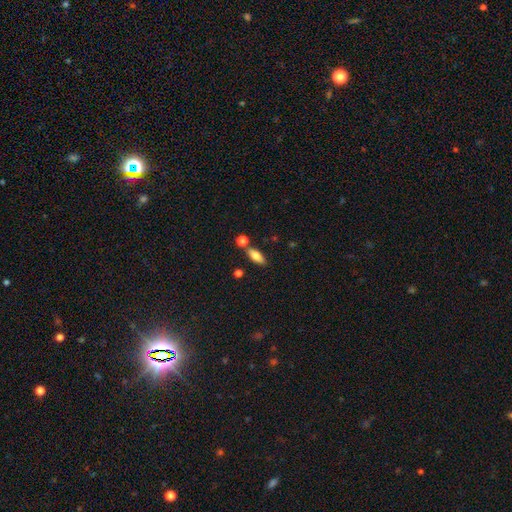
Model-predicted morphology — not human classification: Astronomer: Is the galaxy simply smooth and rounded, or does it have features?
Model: smooth — 77%.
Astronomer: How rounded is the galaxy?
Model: in between — 74%.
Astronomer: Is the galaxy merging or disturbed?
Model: none — 74%.